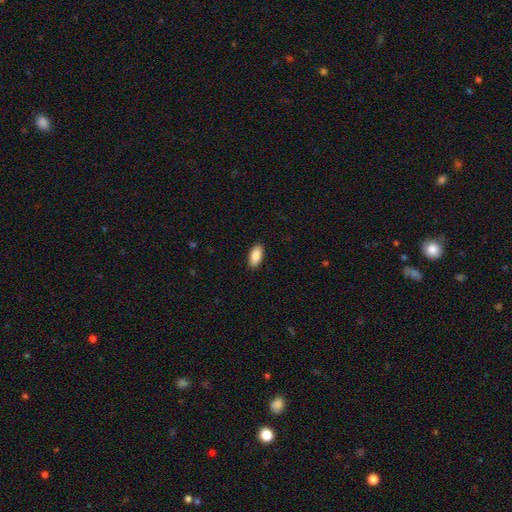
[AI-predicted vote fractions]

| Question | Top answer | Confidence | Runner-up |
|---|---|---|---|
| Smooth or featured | smooth | 90% | star or artifact (6%) |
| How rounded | in between | 92% | cigar-shaped (6%) |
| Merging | none | 90% | minor disturbance (8%) |